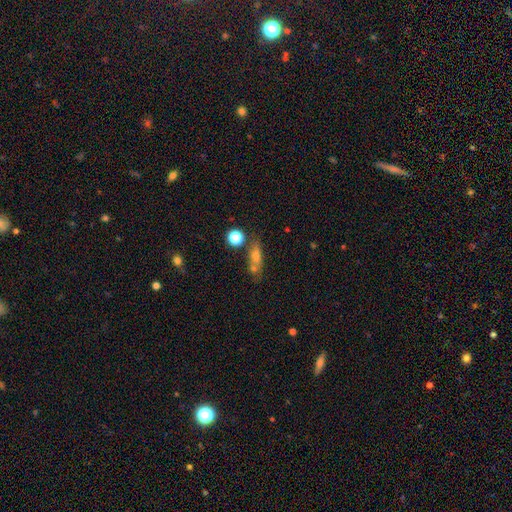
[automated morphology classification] The model was most divided on "how rounded": cigar-shaped: 46%, in between: 40%, round: 14%. More confident: merging — none (59%); smooth or featured — smooth (55%).